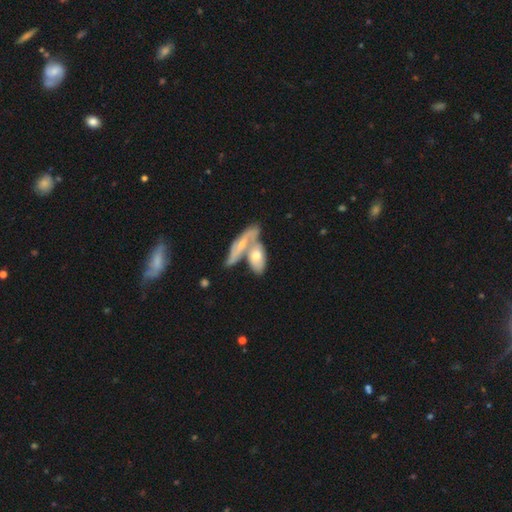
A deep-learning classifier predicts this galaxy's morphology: smooth-or-featured: smooth: 50% | featured or disk: 44% | star or artifact: 6%
  how-rounded: in between: 74% | cigar-shaped: 21% | round: 5%
  merging: merger: 54% | none: 30% | minor disturbance: 11% | major disturbance: 5%